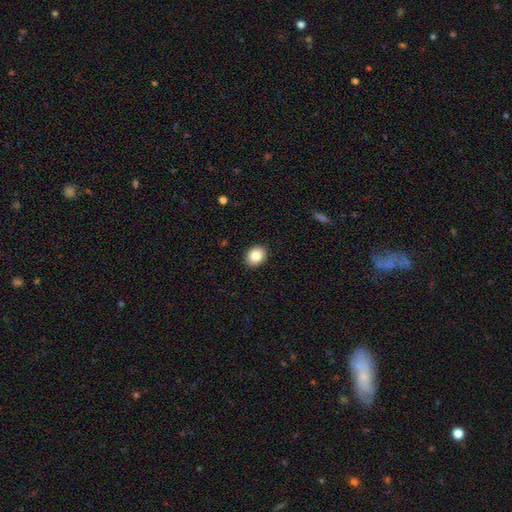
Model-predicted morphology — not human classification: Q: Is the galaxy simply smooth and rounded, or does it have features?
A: smooth — 85%.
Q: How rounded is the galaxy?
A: in between — 56%.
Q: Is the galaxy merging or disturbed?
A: none — 91%.